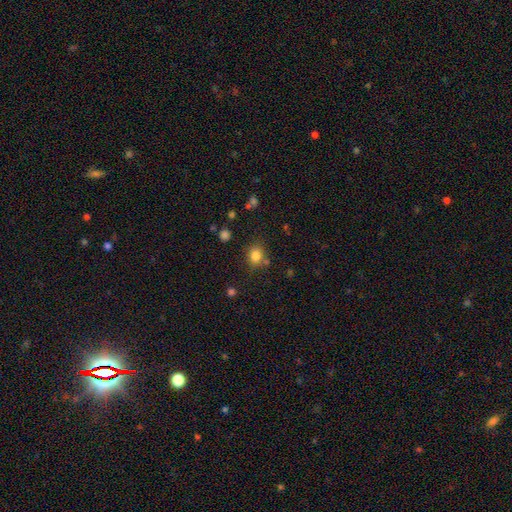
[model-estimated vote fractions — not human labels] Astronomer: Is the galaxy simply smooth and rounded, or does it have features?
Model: smooth — 81%.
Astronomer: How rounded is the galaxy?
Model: round — 68%.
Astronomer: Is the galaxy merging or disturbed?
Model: none — 75%.